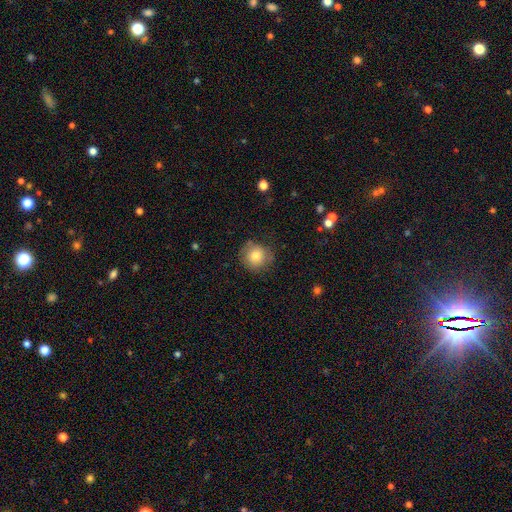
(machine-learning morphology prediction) Smooth or featured: smooth — 79% (featured or disk — 12%)
How rounded: round — 90% (in between — 9%)
Merging: none — 75% (minor disturbance — 18%)